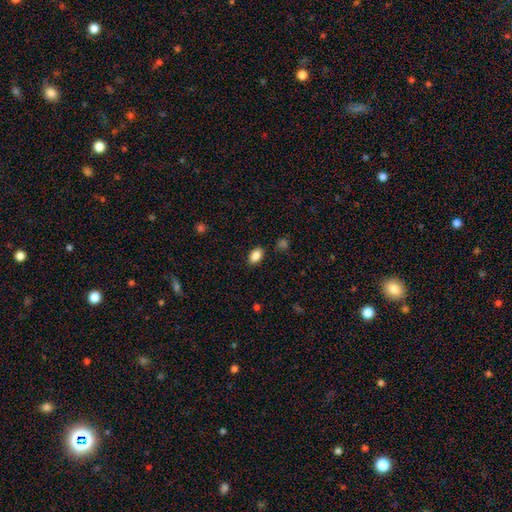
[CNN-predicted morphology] smooth-or-featured: smooth: 87% | star or artifact: 9% | featured or disk: 5%
  how-rounded: in between: 89% | round: 10% | cigar-shaped: 2%
  merging: none: 86% | minor disturbance: 10% | major disturbance: 2% | merger: 2%